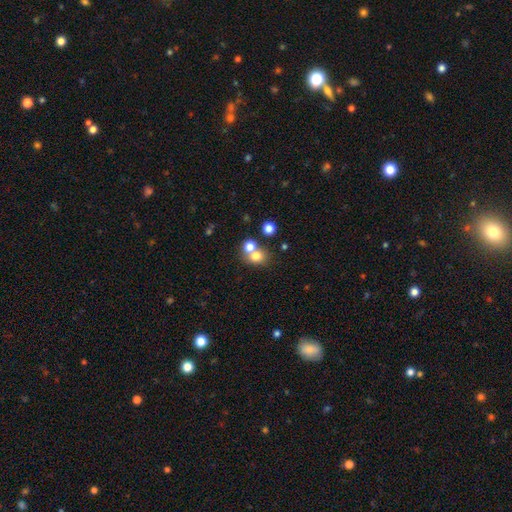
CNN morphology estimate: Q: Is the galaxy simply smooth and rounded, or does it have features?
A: smooth — 74%.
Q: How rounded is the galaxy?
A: round — 70%.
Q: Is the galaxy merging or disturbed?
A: none — 45%.